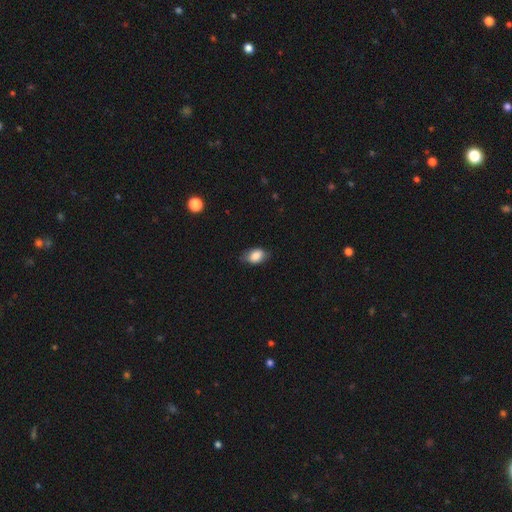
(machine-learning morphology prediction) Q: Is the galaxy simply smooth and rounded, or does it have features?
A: smooth — 82%.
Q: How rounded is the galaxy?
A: in between — 85%.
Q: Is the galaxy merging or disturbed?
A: none — 74%.